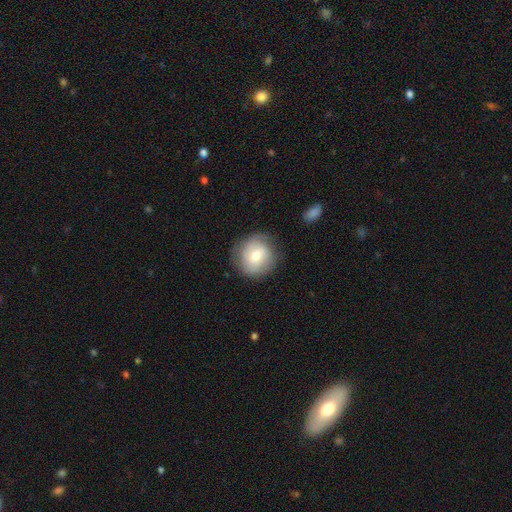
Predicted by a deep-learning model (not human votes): Smooth or featured? smooth (66%)
How rounded? round (91%)
Merging? none (79%)